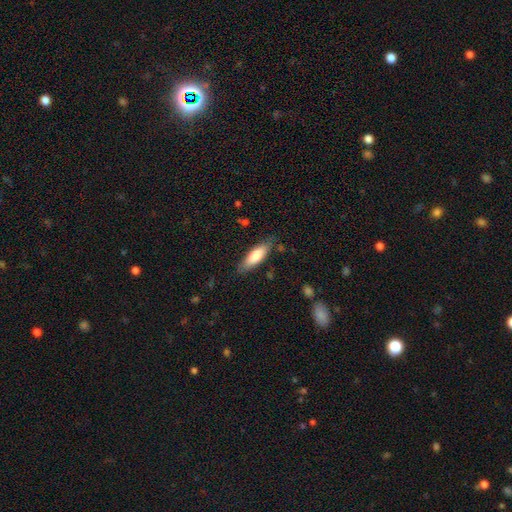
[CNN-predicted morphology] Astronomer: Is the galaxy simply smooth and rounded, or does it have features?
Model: smooth — 78%.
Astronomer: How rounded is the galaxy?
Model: in between — 53% (runner-up: cigar-shaped, 45%).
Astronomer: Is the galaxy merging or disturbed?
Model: none — 80%.